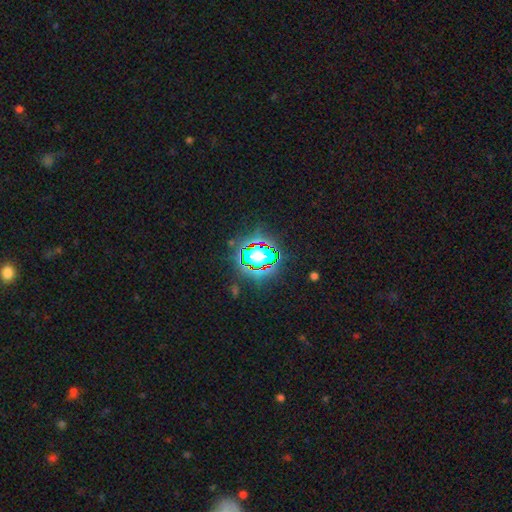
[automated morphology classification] Q: Smooth or featured?
A: star or artifact (72%); runner-up: smooth (16%)